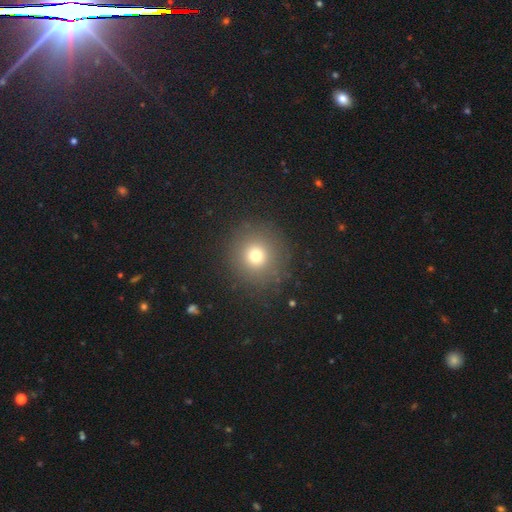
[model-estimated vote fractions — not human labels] This appears to be a smooth galaxy with no disk features (73%) that is round (93%). Merging: none (88%).